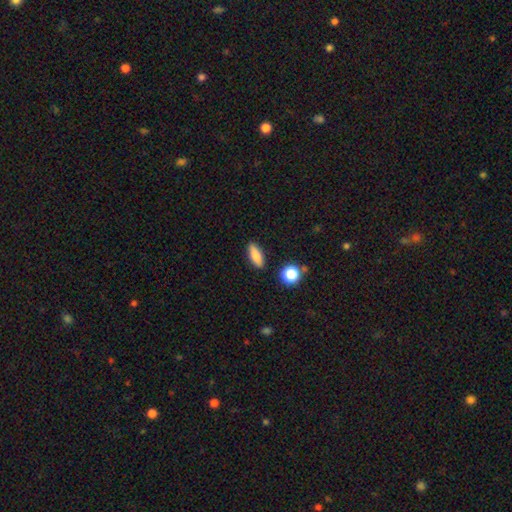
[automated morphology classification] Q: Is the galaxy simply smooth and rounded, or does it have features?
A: smooth — 82%.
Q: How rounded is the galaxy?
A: in between — 59%.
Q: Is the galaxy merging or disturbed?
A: none — 86%.